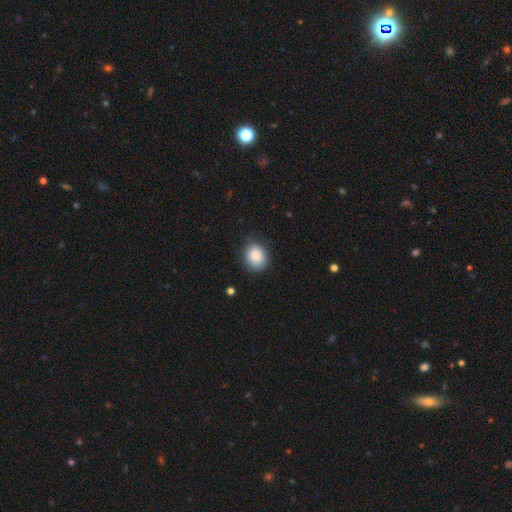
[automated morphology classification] smooth-or-featured: smooth: 87% | star or artifact: 8% | featured or disk: 5%
  how-rounded: round: 59% | in between: 40% | cigar-shaped: 1%
  merging: none: 82% | minor disturbance: 14% | major disturbance: 3% | merger: 1%